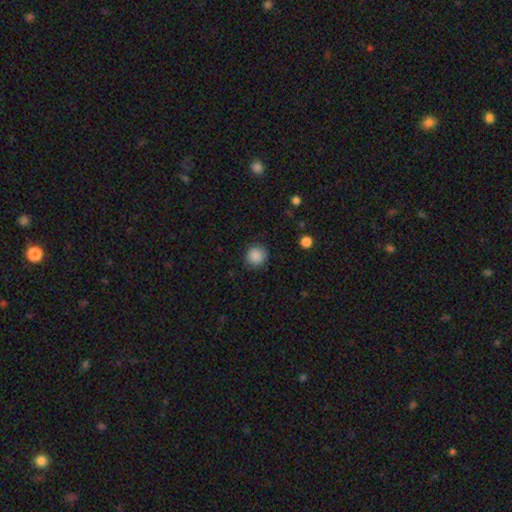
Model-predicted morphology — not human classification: smooth_or_featured: smooth (p=0.87) [alt: star or artifact p=0.09]
how_rounded: round (p=0.91) [alt: in between p=0.08]
merging: none (p=0.85) [alt: minor disturbance p=0.11]